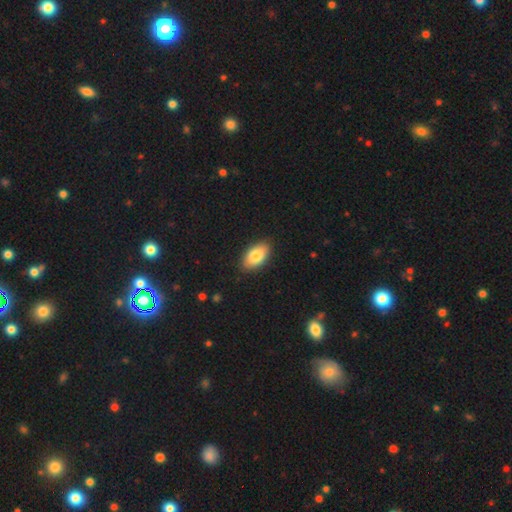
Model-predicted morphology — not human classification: The model was most divided on "smooth or featured": smooth: 83%, featured or disk: 11%, star or artifact: 6%. More confident: how rounded — in between (94%); merging — none (88%).